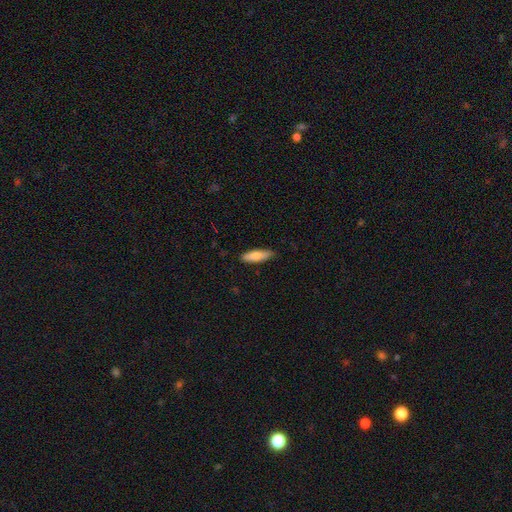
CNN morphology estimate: Smooth or featured? smooth (81%)
How rounded? cigar-shaped (50%)
Merging? none (84%)